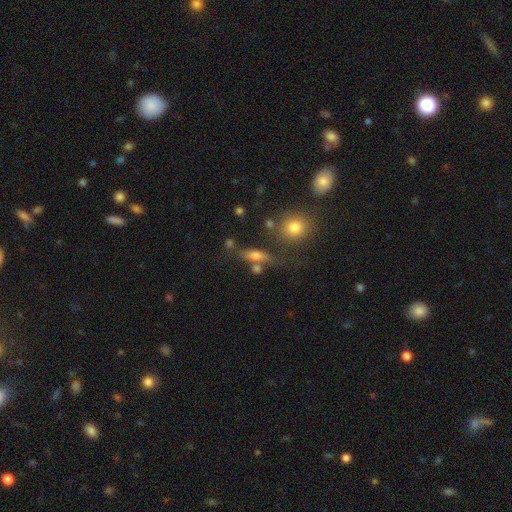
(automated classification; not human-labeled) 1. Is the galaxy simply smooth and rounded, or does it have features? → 63% smooth, 24% featured or disk, 13% star or artifact.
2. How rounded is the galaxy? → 52% in between, 38% cigar-shaped, 11% round.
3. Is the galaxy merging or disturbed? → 61% none, 16% minor disturbance, 16% merger, 8% major disturbance.